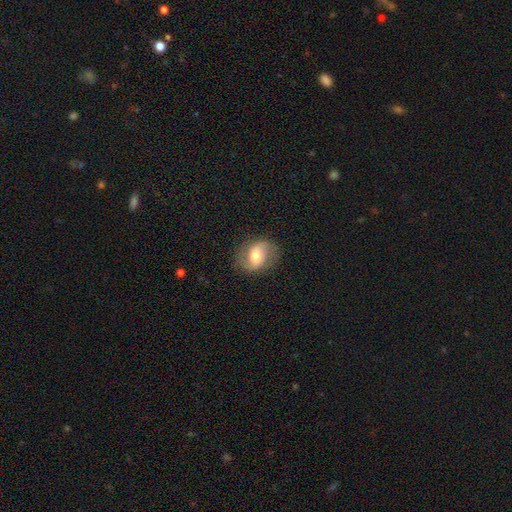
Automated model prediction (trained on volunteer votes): smooth-or-featured: featured or disk: 53% | smooth: 39% | star or artifact: 8%
  disk-edge-on: no: 95% | yes: 5%
    bar: weak: 41% | no: 36% | strong: 24%
    has-spiral-arms: yes: 78% | no: 22%
    bulge-size: moderate: 65% | small: 20% | large: 12% | dominant: 2% | none: 1%
  merging: none: 78% | minor disturbance: 15% | major disturbance: 6% | merger: 1%